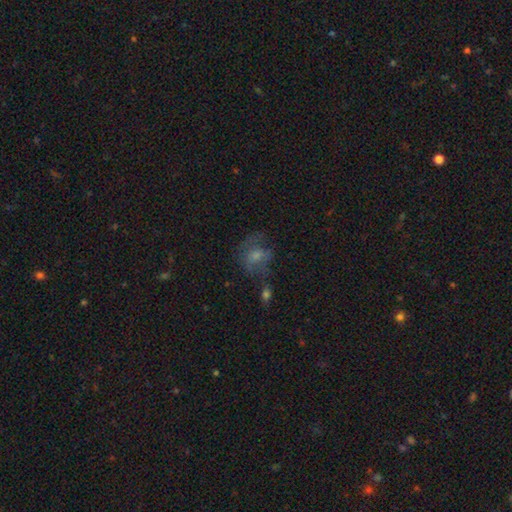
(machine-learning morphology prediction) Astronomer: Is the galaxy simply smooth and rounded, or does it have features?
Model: featured or disk — 40% (runner-up: smooth, 37%).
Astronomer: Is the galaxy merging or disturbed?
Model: none — 51%.